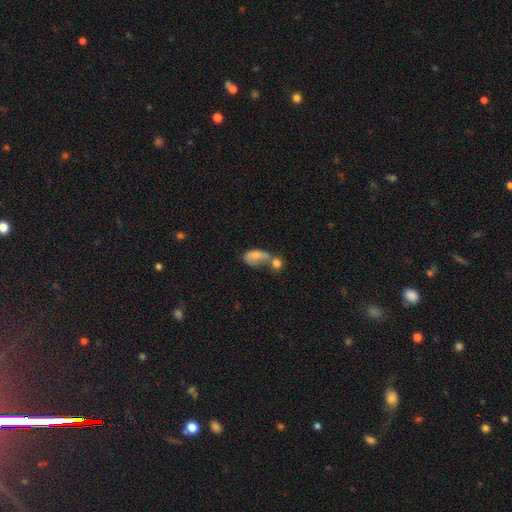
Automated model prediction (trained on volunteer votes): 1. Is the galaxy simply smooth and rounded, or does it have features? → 68% smooth, 23% featured or disk, 9% star or artifact.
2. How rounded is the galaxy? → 85% in between, 10% round, 5% cigar-shaped.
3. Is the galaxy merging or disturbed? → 60% merger, 15% none, 14% major disturbance, 11% minor disturbance.